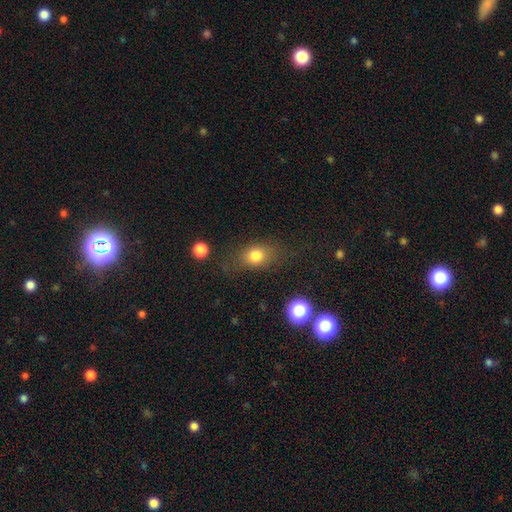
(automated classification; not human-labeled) Q: Smooth or featured?
A: smooth (78%); runner-up: star or artifact (11%)
Q: How rounded?
A: in between (59%); runner-up: round (37%)
Q: Merging?
A: none (67%); runner-up: minor disturbance (20%)